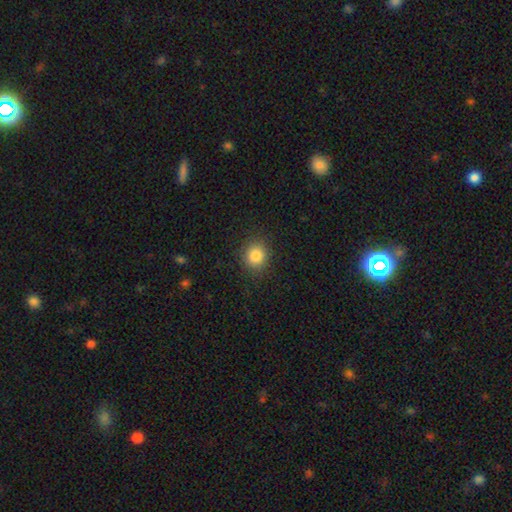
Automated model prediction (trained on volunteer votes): Q: Smooth or featured?
A: smooth (84%); runner-up: star or artifact (11%)
Q: How rounded?
A: round (83%); runner-up: in between (16%)
Q: Merging?
A: none (88%); runner-up: minor disturbance (8%)